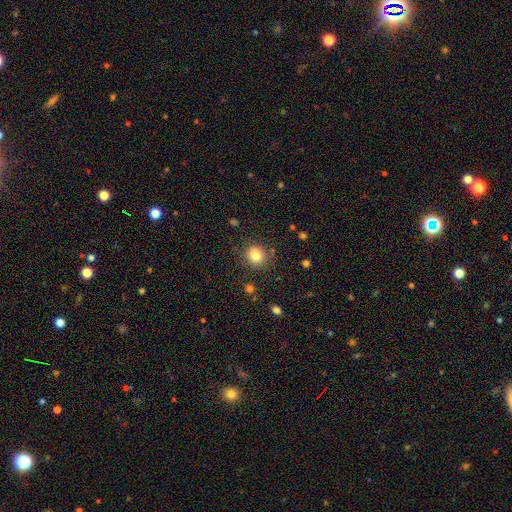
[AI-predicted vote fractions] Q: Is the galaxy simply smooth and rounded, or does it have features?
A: smooth — 80%.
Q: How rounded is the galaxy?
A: round — 88%.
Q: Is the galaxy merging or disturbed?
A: none — 83%.